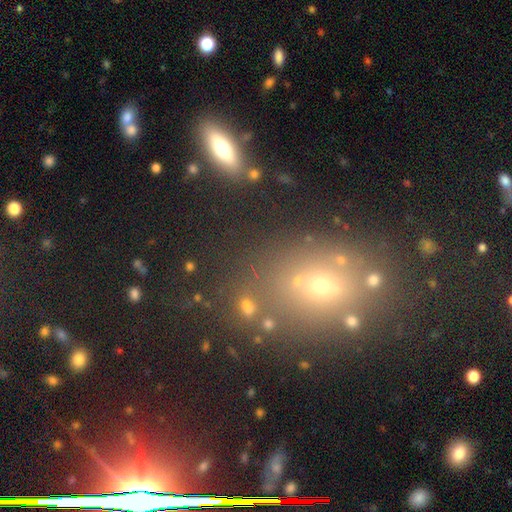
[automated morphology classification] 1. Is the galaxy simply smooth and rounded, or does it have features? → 51% smooth, 31% star or artifact, 19% featured or disk.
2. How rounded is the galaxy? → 71% in between, 25% round, 4% cigar-shaped.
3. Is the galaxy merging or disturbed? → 70% none, 14% minor disturbance, 10% merger, 6% major disturbance.